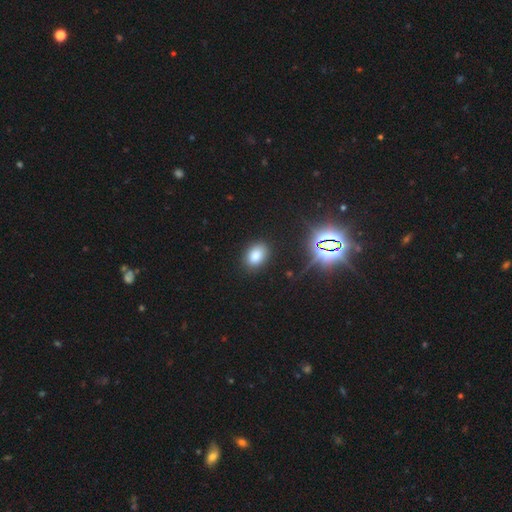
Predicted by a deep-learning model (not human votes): Smooth or featured: smooth — 77% (star or artifact — 16%)
How rounded: in between — 75% (round — 23%)
Merging: none — 86% (minor disturbance — 10%)